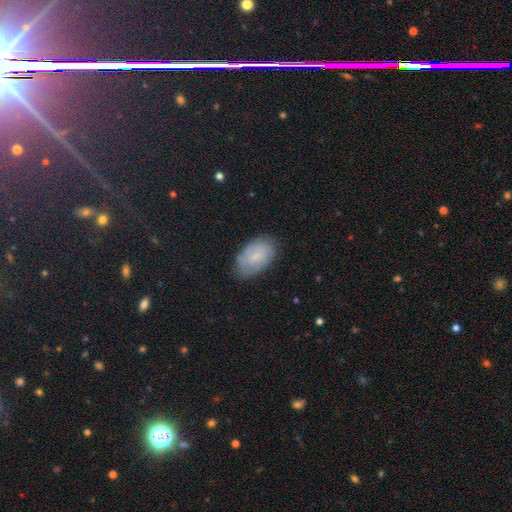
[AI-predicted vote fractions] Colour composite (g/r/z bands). It shows a smooth galaxy with no disk features (62%) that is in between round and cigar-shaped (93%). Merging: none (75%).